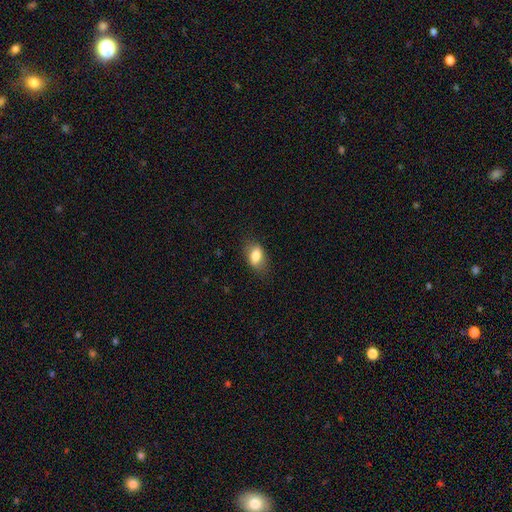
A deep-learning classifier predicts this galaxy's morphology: Smooth or featured? Predicted: smooth (p=0.79). How rounded? Predicted: in between (p=0.86). Merging? Predicted: none (p=0.76).